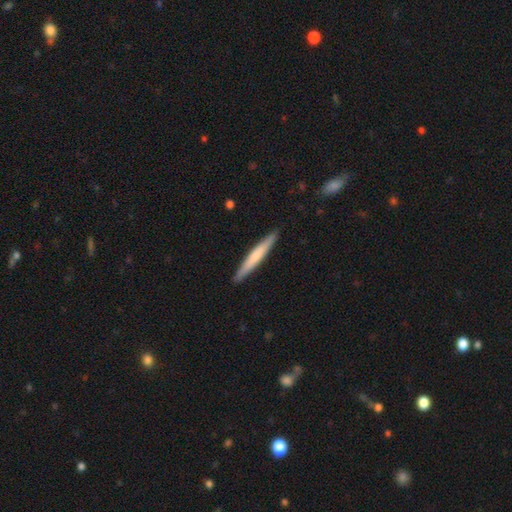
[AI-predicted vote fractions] Morphology: type=smooth (58%); roundness=cigar-shaped (96%); merging=none (91%).